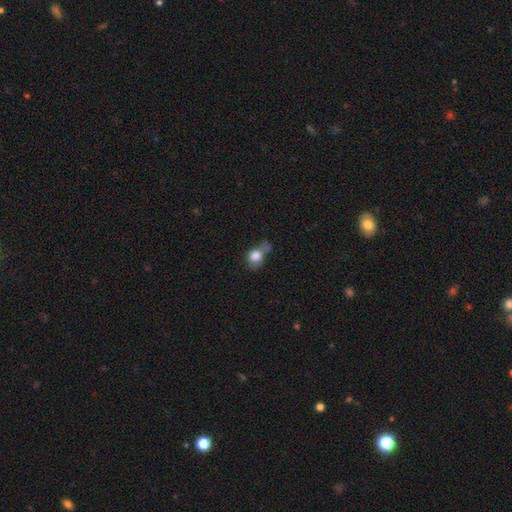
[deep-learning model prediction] Morphology: type=smooth (76%); roundness=round (51%); merging=major disturbance (29%).